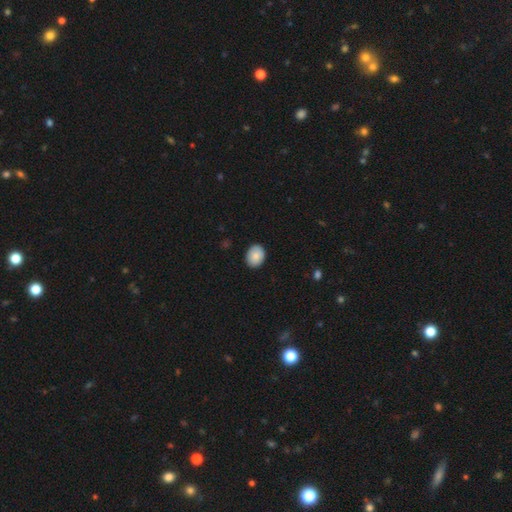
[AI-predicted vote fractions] Smooth or featured?
  - smooth: 85% *
  - featured or disk: 8%
  - star or artifact: 7%
How rounded?
  - in between: 56% *
  - round: 43%
  - cigar-shaped: 1%
Merging?
  - none: 88% *
  - minor disturbance: 9%
  - major disturbance: 2%
  - merger: 1%